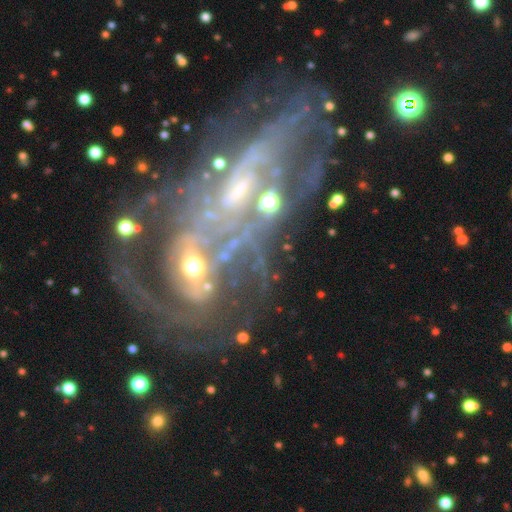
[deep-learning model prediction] Smooth or featured? Predicted: featured or disk (p=0.81). Edge-on disk? Predicted: no (p=0.94). Bar? Predicted: no (p=0.53). Spiral arms? Predicted: yes (p=0.77). Spiral winding? Predicted: tight (p=0.41). Spiral arm count? Predicted: can't tell (p=0.43). Bulge size? Predicted: small (p=0.43). Merging? Predicted: merger (p=0.35).